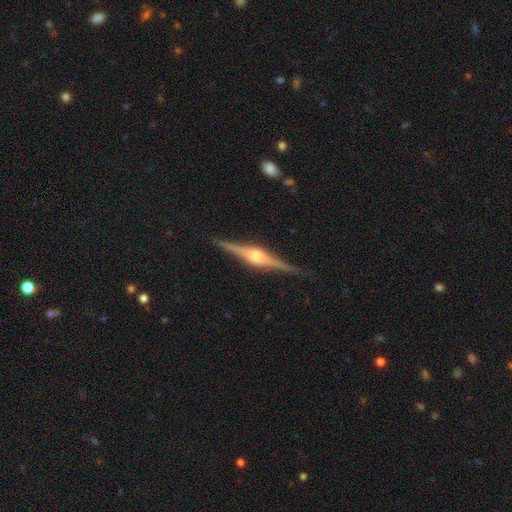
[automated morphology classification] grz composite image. It shows a featured or disk galaxy (87%) viewed edge-on (98%) with a rounded central bulge (88%). Merging: none (90%).